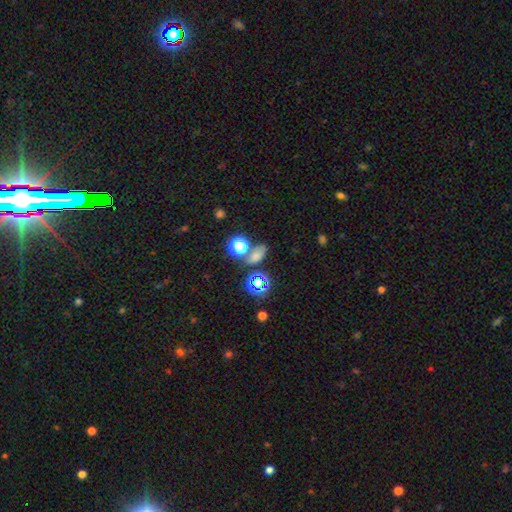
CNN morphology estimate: Smooth or featured? Predicted: smooth (p=0.60). How rounded? Predicted: in between (p=0.72). Merging? Predicted: none (p=0.61).